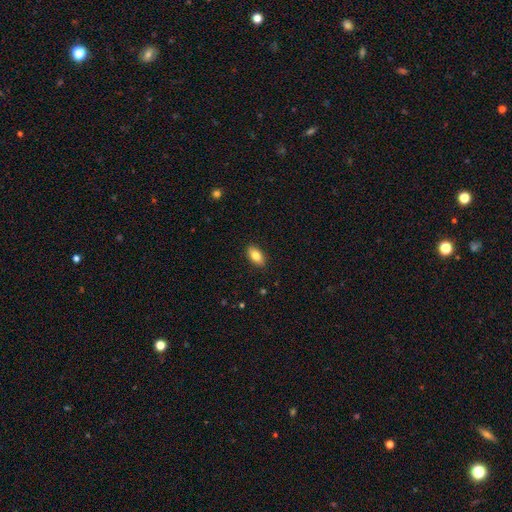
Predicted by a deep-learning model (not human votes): This is clearly a smooth galaxy (83%). How rounded: clearly in between (91%). Merging: clearly none (90%).